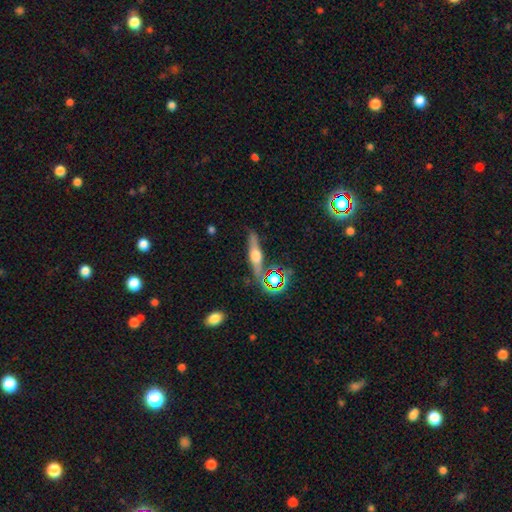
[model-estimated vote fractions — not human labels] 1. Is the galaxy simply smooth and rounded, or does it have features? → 62% featured or disk, 26% smooth, 12% star or artifact.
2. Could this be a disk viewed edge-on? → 94% yes, 6% no.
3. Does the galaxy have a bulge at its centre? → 92% rounded, 5% boxy, 3% none.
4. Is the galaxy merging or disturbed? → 83% none, 10% minor disturbance, 4% merger, 3% major disturbance.